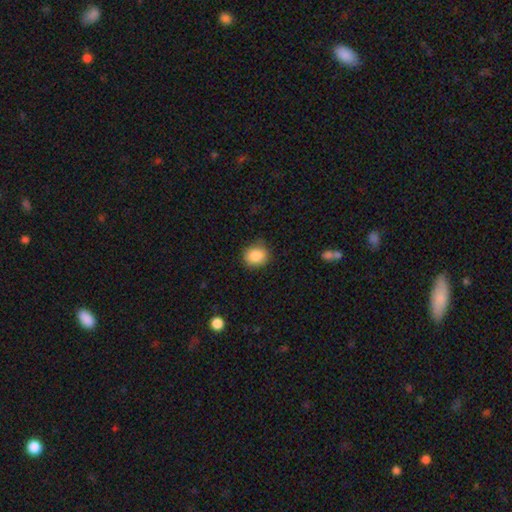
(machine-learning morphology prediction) smooth 87%, star or artifact 9%, featured or disk 5%. Down the decision tree: how rounded — round (72%); merging — none (84%).